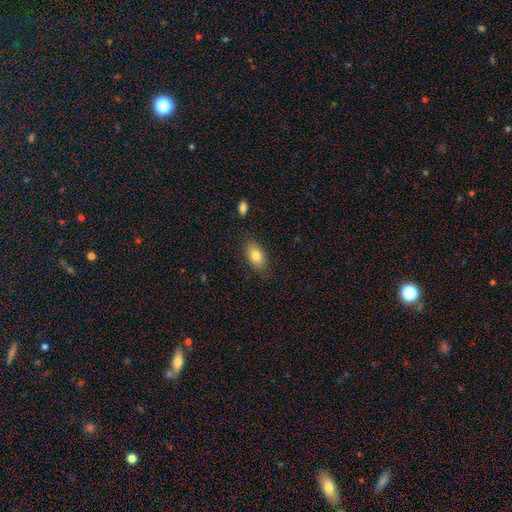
smooth-or-featured: smooth: 87% | featured or disk: 8% | star or artifact: 5%
  how-rounded: in between: 91% | cigar-shaped: 6% | round: 3%
  merging: none: 89% | minor disturbance: 11% | major disturbance: 0% | merger: 0%